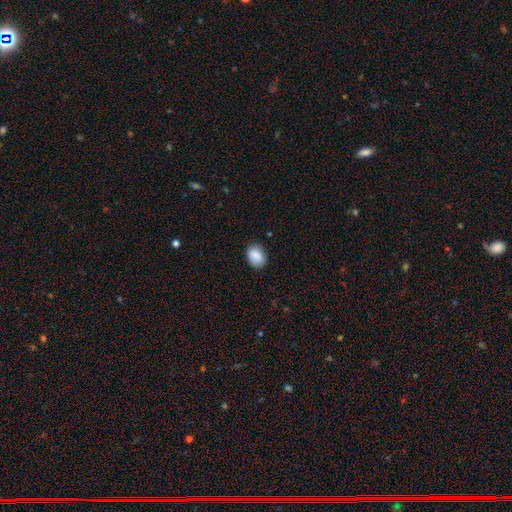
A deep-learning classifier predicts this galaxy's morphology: Smooth or featured: smooth — 86% (star or artifact — 8%)
How rounded: in between — 73% (round — 26%)
Merging: none — 78% (minor disturbance — 17%)